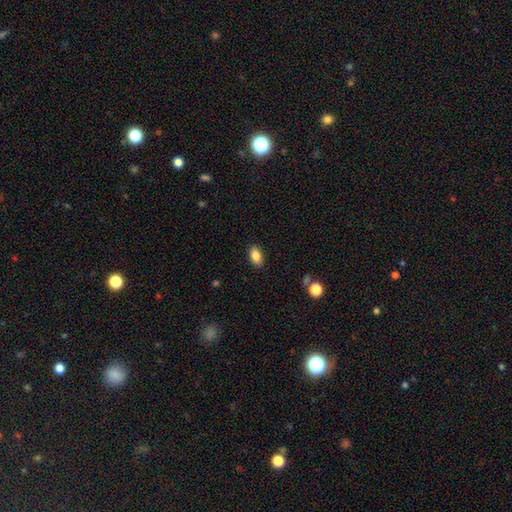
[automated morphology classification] smooth-or-featured: smooth: 86% | star or artifact: 8% | featured or disk: 6%
  how-rounded: in between: 91% | round: 6% | cigar-shaped: 3%
  merging: none: 88% | minor disturbance: 8% | major disturbance: 2% | merger: 1%